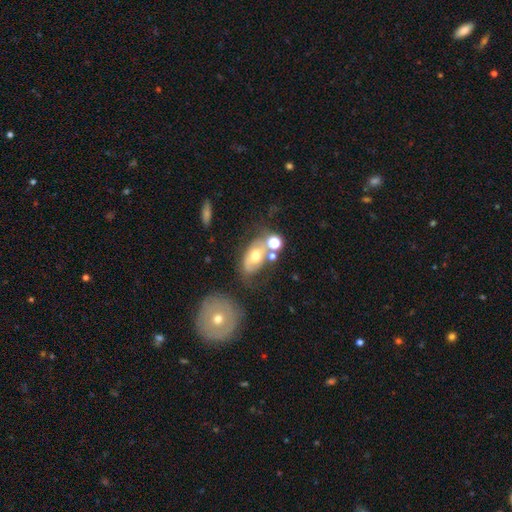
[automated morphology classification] A featured or disk galaxy (46%).

Vote fractions:
- Smooth or featured? featured or disk: 46% / smooth: 43% / star or artifact: 11%
- Merging? none: 38% / merger: 25% / minor disturbance: 21% / major disturbance: 16%